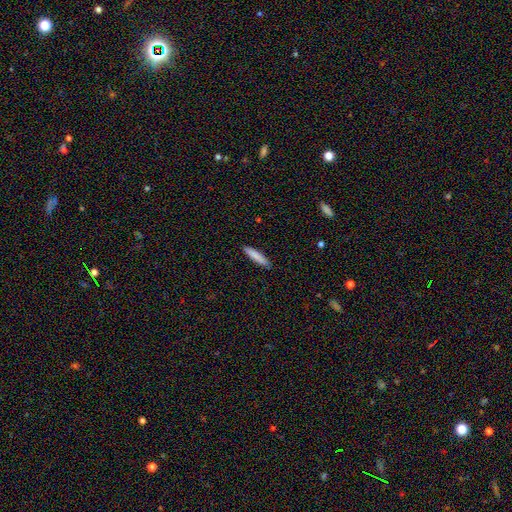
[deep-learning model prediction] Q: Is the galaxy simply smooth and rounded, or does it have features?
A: smooth — 85%.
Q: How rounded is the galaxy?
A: cigar-shaped — 88%.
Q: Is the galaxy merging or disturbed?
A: none — 91%.